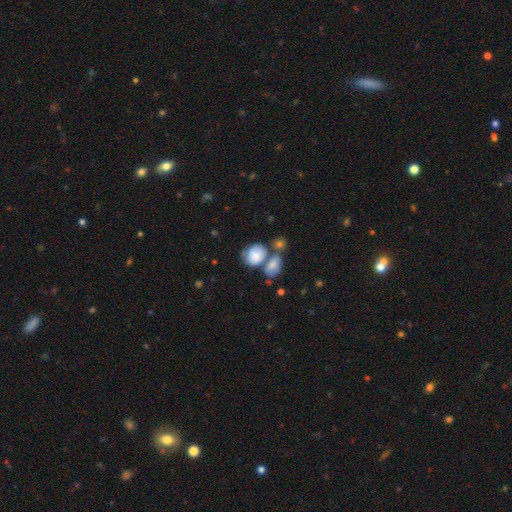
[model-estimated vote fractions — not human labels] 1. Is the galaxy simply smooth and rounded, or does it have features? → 78% smooth, 15% featured or disk, 7% star or artifact.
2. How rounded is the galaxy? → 53% round, 46% in between, 1% cigar-shaped.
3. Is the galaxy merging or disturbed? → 40% merger, 37% none, 16% minor disturbance, 7% major disturbance.